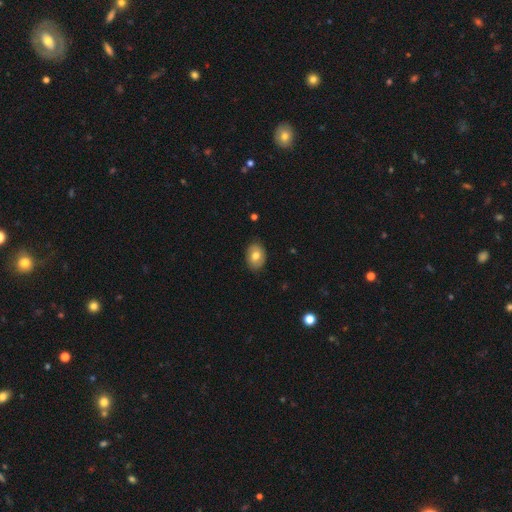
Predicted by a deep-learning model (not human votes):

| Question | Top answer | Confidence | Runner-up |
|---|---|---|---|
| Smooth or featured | smooth | 76% | featured or disk (16%) |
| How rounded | in between | 74% | round (25%) |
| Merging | none | 86% | minor disturbance (11%) |